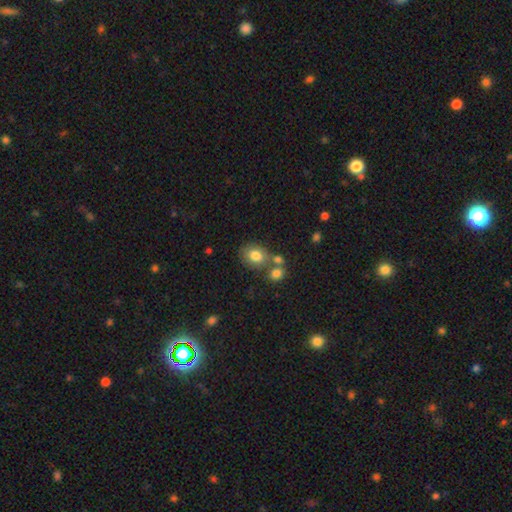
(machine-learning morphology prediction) Smooth or featured? Predicted: smooth (p=0.80). How rounded? Predicted: in between (p=0.51). Merging? Predicted: none (p=0.59).